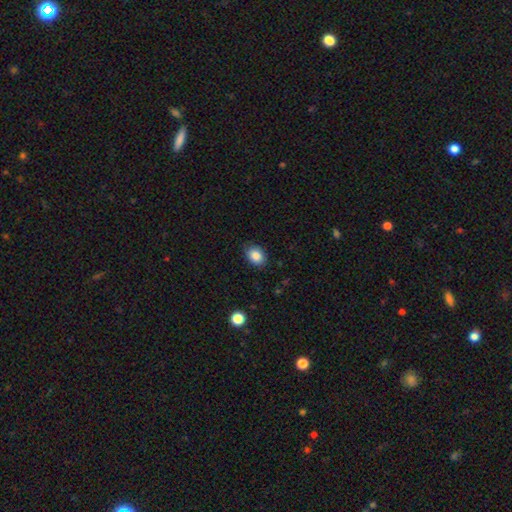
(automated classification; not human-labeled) Q: Smooth or featured?
A: smooth (86%); runner-up: star or artifact (9%)
Q: How rounded?
A: in between (70%); runner-up: round (29%)
Q: Merging?
A: none (83%); runner-up: minor disturbance (13%)